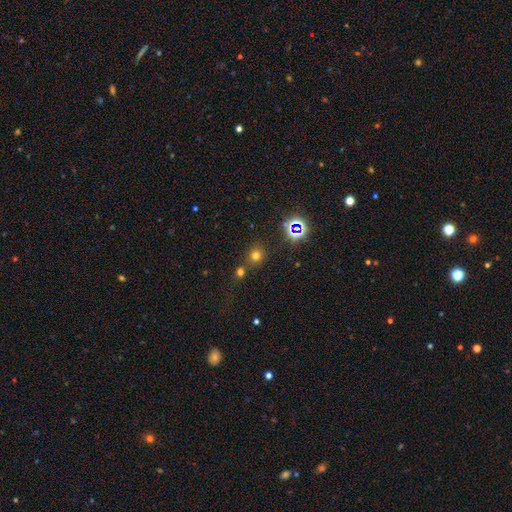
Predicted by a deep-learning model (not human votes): Morphology: type=smooth (63%); roundness=round (85%); merging=none (69%).